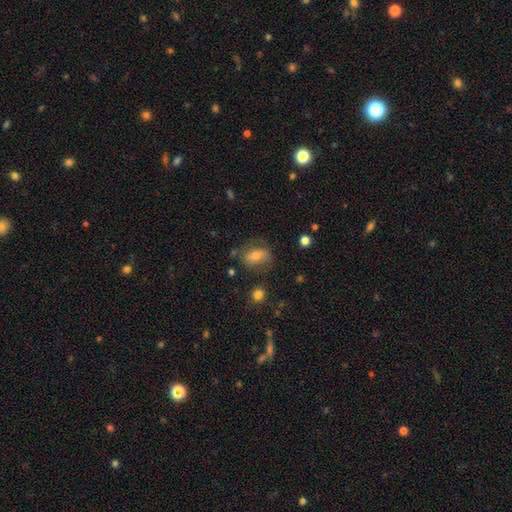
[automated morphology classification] Smooth or featured? smooth (60%)
How rounded? in between (74%)
Merging? none (62%)